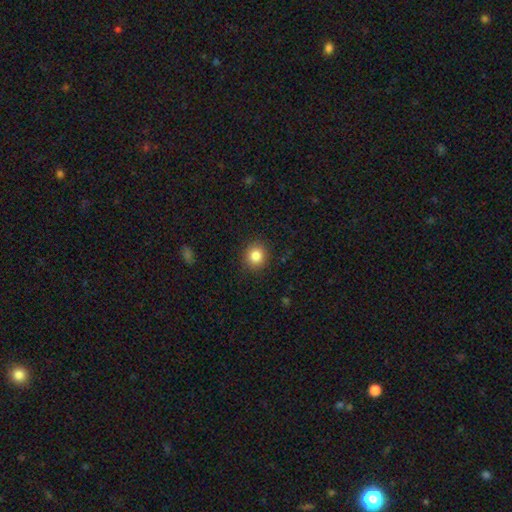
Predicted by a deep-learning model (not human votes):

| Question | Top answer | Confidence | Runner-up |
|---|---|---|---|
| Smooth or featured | smooth | 85% | star or artifact (10%) |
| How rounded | round | 84% | in between (15%) |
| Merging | none | 90% | minor disturbance (7%) |